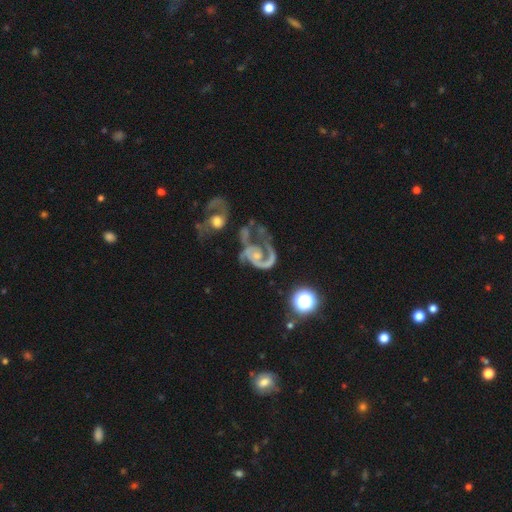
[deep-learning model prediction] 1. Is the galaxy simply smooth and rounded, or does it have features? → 87% featured or disk, 8% smooth, 6% star or artifact.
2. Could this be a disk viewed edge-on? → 98% no, 2% yes.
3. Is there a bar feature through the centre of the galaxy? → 69% no, 25% weak, 7% strong.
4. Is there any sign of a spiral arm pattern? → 92% yes, 8% no.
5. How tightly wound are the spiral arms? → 45% medium, 31% loose, 24% tight.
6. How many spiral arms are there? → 49% 2, 41% 1, 5% can't tell, 3% 3, 1% 4, 1% more than 4.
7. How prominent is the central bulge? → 45% small, 38% moderate, 10% none, 5% large, 2% dominant.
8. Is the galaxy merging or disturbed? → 34% major disturbance, 26% merger, 25% none, 15% minor disturbance.